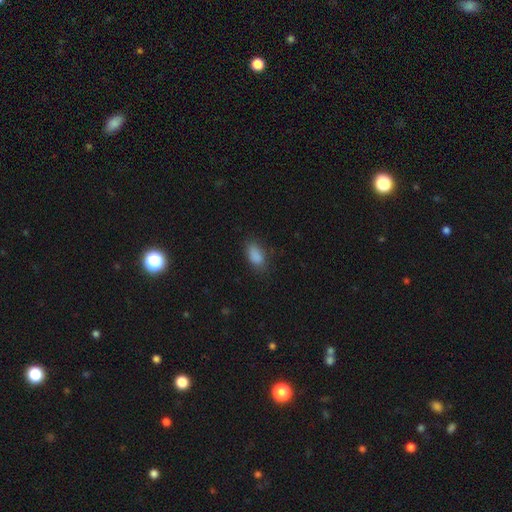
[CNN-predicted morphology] A smooth galaxy with no disk features (86%) that is in between round and cigar-shaped (89%). Merging: none (71%).